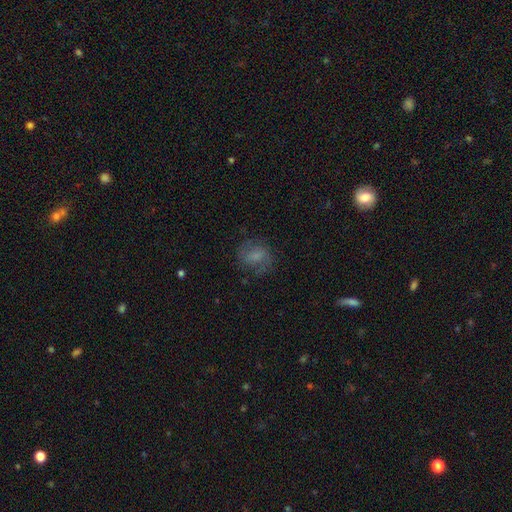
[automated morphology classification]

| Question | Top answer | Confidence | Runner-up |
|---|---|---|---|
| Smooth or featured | smooth | 46% | featured or disk (43%) |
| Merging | none | 72% | minor disturbance (17%) |